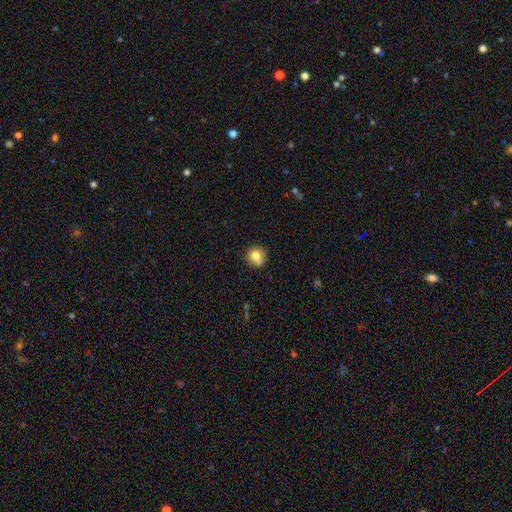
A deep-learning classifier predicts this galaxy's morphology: Q: Smooth or featured?
A: smooth (77%); runner-up: featured or disk (12%)
Q: How rounded?
A: round (89%); runner-up: in between (10%)
Q: Merging?
A: none (69%); runner-up: minor disturbance (14%)